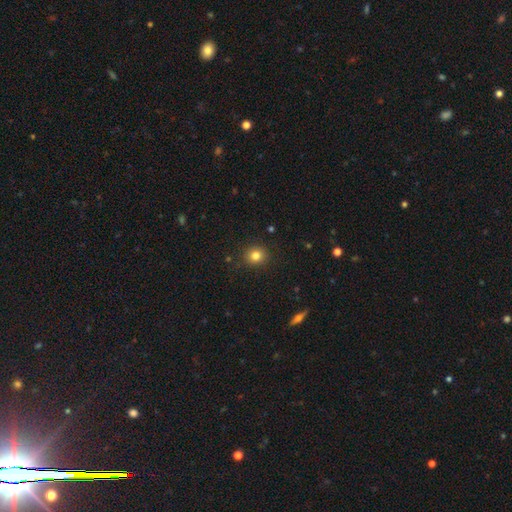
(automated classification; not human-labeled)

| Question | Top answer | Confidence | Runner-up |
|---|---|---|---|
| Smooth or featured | smooth | 82% | star or artifact (12%) |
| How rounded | round | 85% | in between (14%) |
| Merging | none | 89% | minor disturbance (7%) |